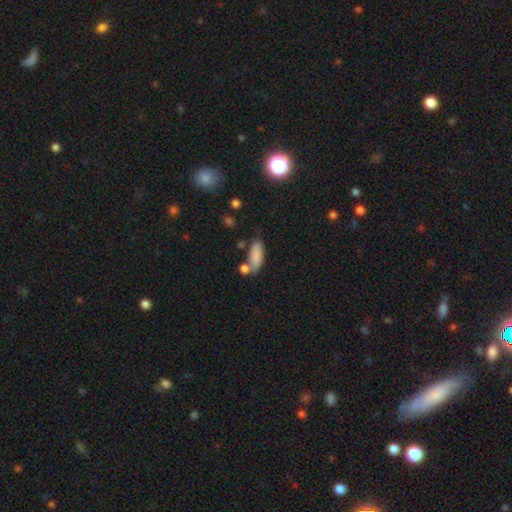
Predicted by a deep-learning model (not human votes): Smooth or featured: smooth — 85% (featured or disk — 8%)
How rounded: in between — 77% (cigar-shaped — 21%)
Merging: none — 56% (merger — 22%)